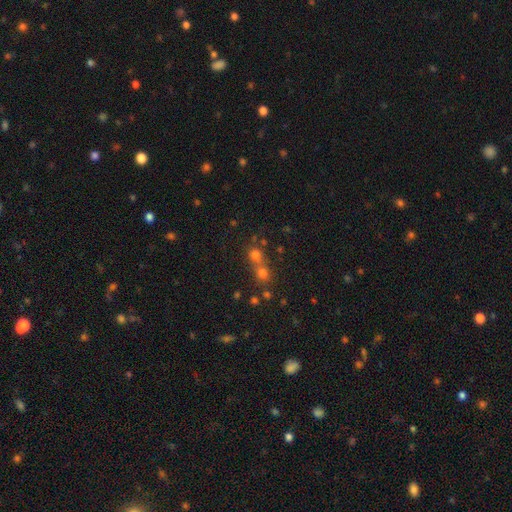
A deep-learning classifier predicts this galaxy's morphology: smooth_or_featured: smooth (p=0.64) [alt: star or artifact p=0.24]
how_rounded: round (p=0.85) [alt: in between p=0.13]
merging: merger (p=0.53) [alt: none p=0.40]